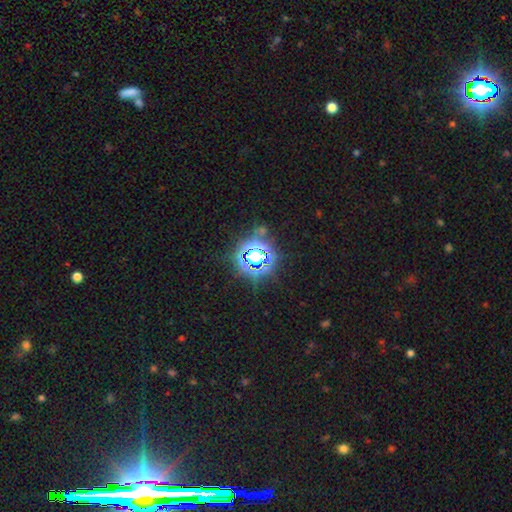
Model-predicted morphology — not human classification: This is likely a star or artifact rather than a galaxy (73%).